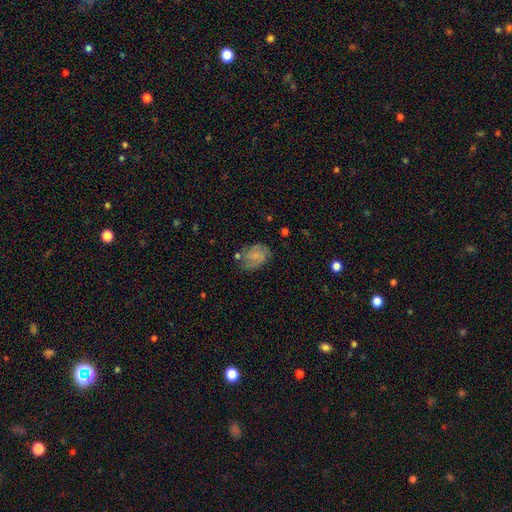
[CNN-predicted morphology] smooth 52%, featured or disk 39%, star or artifact 10%. Down the decision tree: how rounded — in between (73%); merging — none (53%).